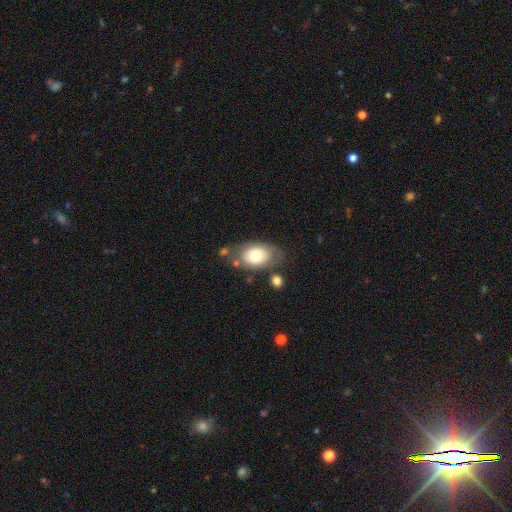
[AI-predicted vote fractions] Smooth or featured? Predicted: smooth (p=0.69). How rounded? Predicted: in between (p=0.84). Merging? Predicted: none (p=0.61).